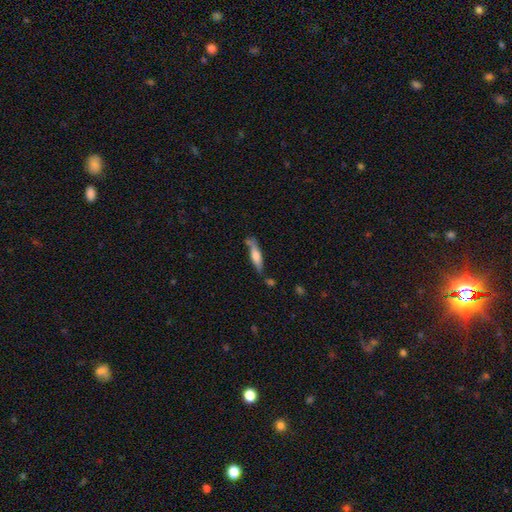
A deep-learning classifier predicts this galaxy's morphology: The model was most divided on "smooth or featured": smooth: 53%, featured or disk: 41%, star or artifact: 6%. More confident: how rounded — cigar-shaped (78%); merging — none (63%).